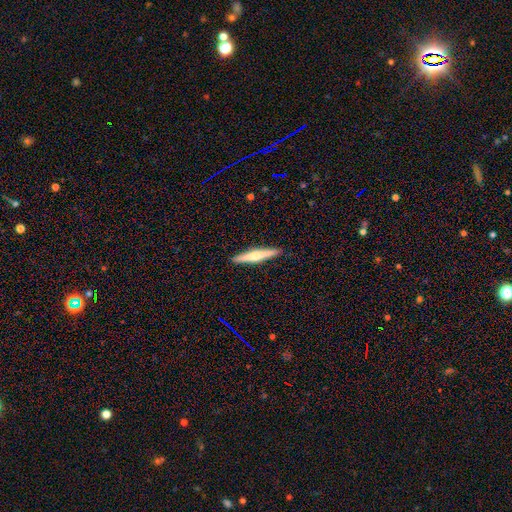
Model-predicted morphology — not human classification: type=featured or disk (55%); edge-on=yes (97%); edge-on bulge=rounded (84%); merging=none (92%).